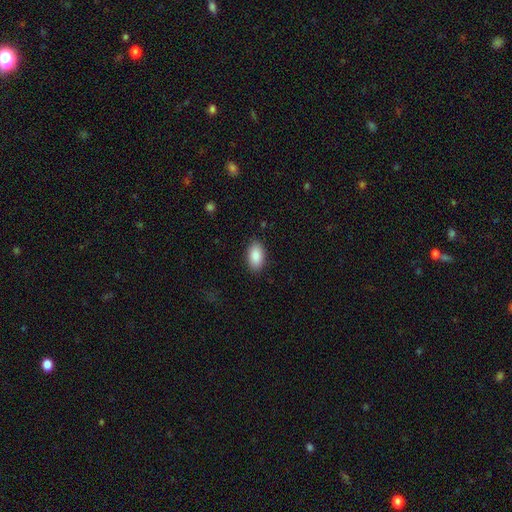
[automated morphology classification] smooth-or-featured: smooth: 88% | star or artifact: 7% | featured or disk: 5%
  how-rounded: in between: 94% | round: 4% | cigar-shaped: 2%
  merging: none: 87% | minor disturbance: 9% | major disturbance: 2% | merger: 1%